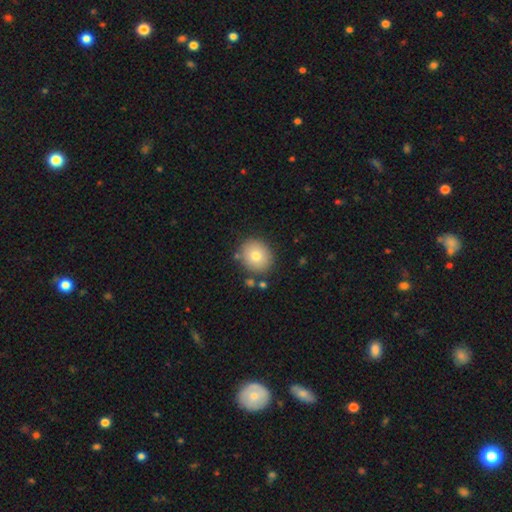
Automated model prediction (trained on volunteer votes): The model was most divided on "how rounded": round: 78%, in between: 22%, cigar-shaped: 1%. More confident: merging — none (83%); smooth or featured — smooth (78%).